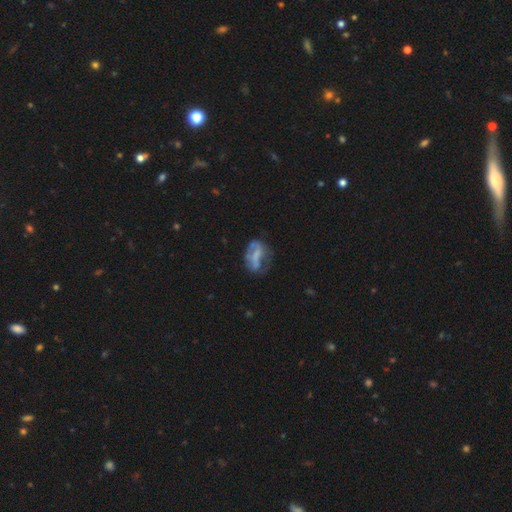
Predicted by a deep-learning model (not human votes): smooth-or-featured: featured or disk: 51% | smooth: 39% | star or artifact: 10%
  disk-edge-on: no: 94% | yes: 6%
  merging: none: 40% | major disturbance: 28% | minor disturbance: 27% | merger: 5%